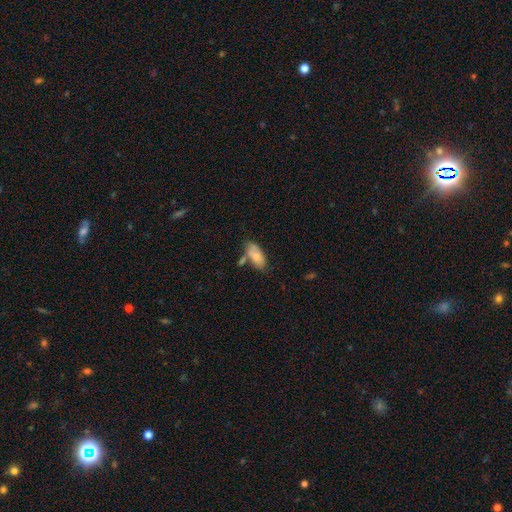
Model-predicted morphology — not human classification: Smooth or featured?
  - smooth: 76% *
  - featured or disk: 18%
  - star or artifact: 6%
How rounded?
  - in between: 87% *
  - cigar-shaped: 10%
  - round: 3%
Merging?
  - none: 52% *
  - merger: 22%
  - minor disturbance: 20%
  - major disturbance: 6%